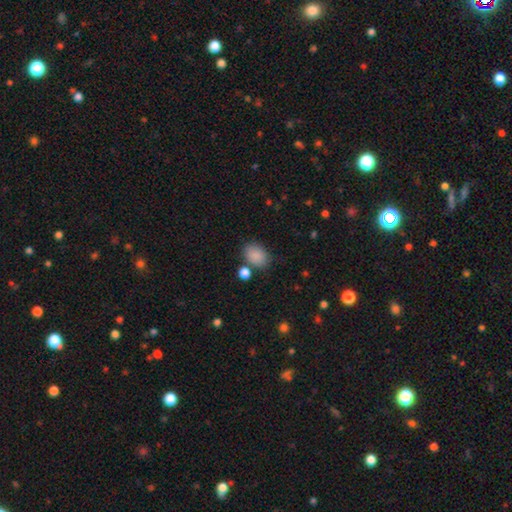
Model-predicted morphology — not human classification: Overall: smooth (87%). How rounded: in between (74%). Merging: none (71%).